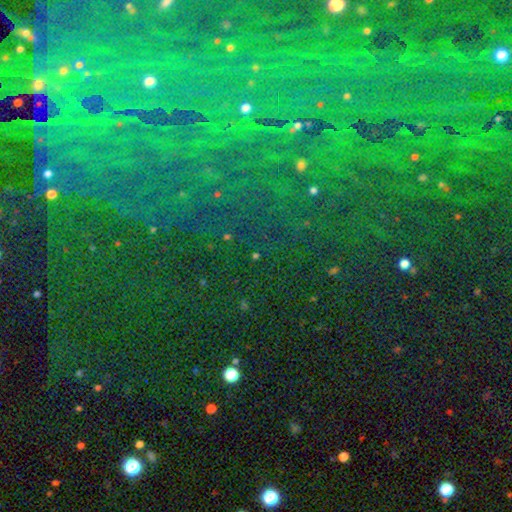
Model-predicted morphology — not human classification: This is likely a star or artifact rather than a galaxy (74%).